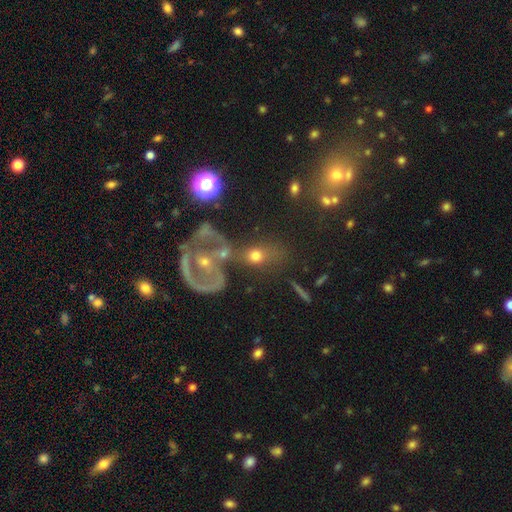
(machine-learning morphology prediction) This appears to be a smooth galaxy with no disk features (53%) that is in between round and cigar-shaped (51%). Merging: merger (36%).